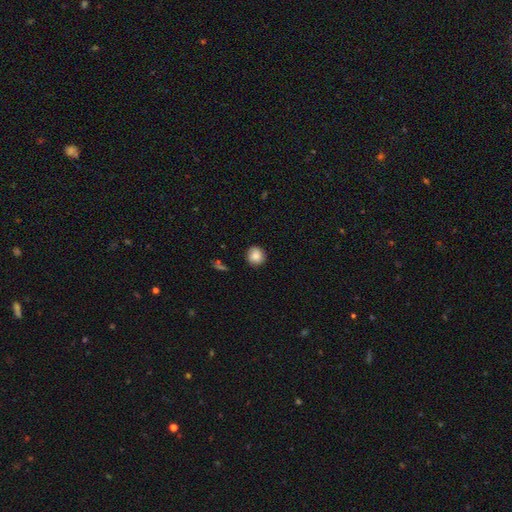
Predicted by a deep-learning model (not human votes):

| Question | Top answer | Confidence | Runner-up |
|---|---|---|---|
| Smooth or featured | smooth | 85% | star or artifact (9%) |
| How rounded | round | 91% | in between (8%) |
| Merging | none | 87% | minor disturbance (9%) |